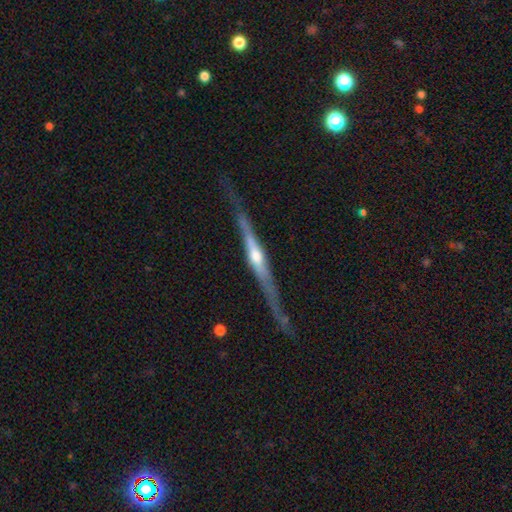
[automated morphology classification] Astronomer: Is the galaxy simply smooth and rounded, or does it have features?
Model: featured or disk — 81%.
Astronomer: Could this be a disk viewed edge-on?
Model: yes — 97%.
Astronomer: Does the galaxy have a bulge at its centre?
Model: rounded — 80%.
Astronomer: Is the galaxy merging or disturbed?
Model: none — 68%.